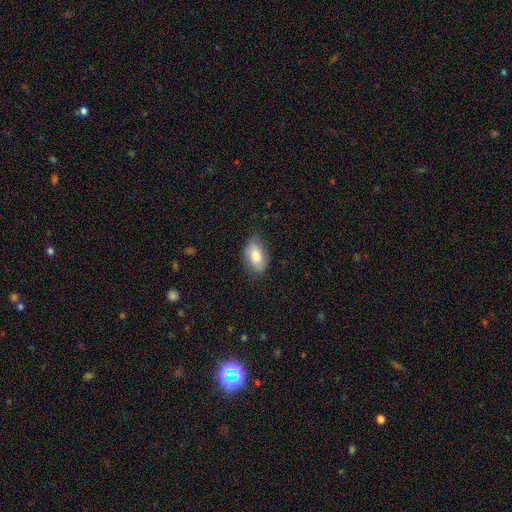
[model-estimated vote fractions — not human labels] Smooth or featured? Predicted: smooth (p=0.80). How rounded? Predicted: in between (p=0.91). Merging? Predicted: none (p=0.74).